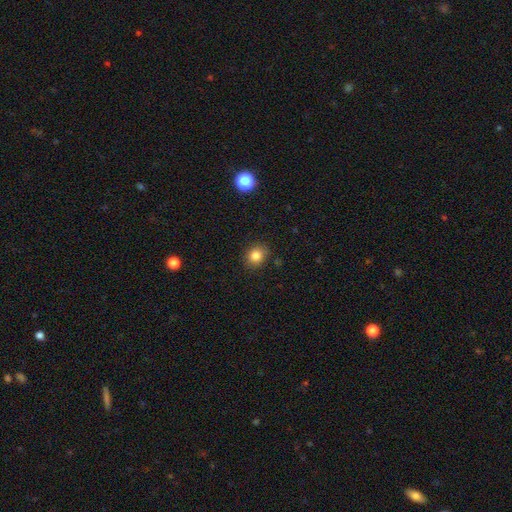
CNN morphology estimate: smooth 83%, star or artifact 11%, featured or disk 6%. Down the decision tree: how rounded — round (68%); merging — none (85%).